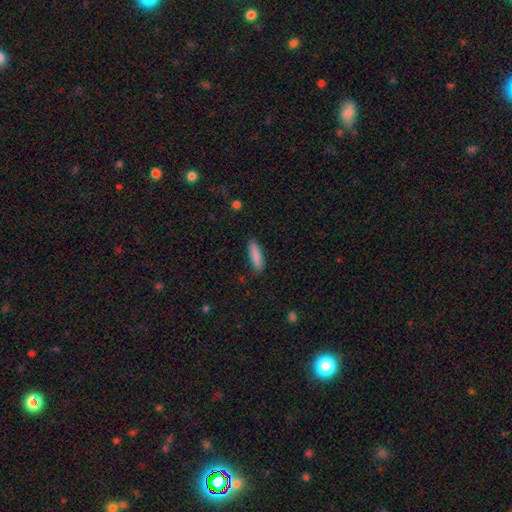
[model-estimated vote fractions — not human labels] A smooth galaxy with no disk features (87%) that is cigar-shaped (61%). Merging: none (85%).